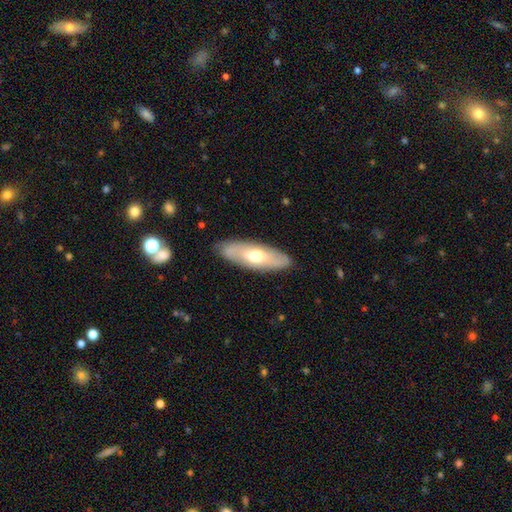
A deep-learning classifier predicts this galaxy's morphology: A smooth galaxy with no disk features (52%) that is in between round and cigar-shaped (66%). Merging: none (85%).